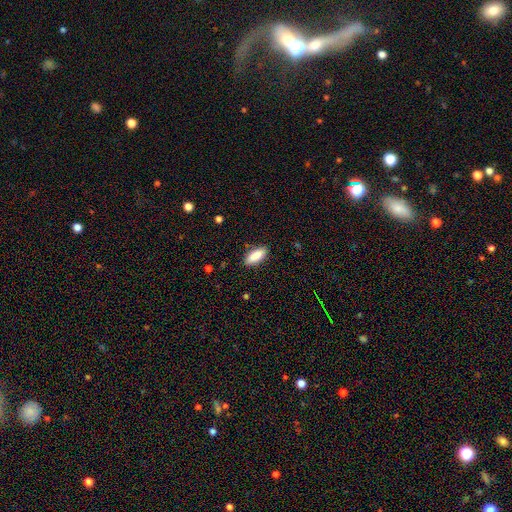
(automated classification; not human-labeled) This appears to be a smooth galaxy with no disk features (89%) that is in between round and cigar-shaped (84%). Merging: none (87%).